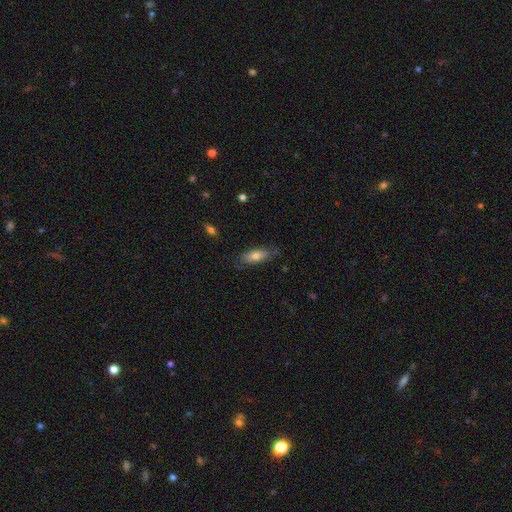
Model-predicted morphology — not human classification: Smooth or featured? Predicted: smooth (p=0.68). How rounded? Predicted: in between (p=0.73). Merging? Predicted: none (p=0.71).